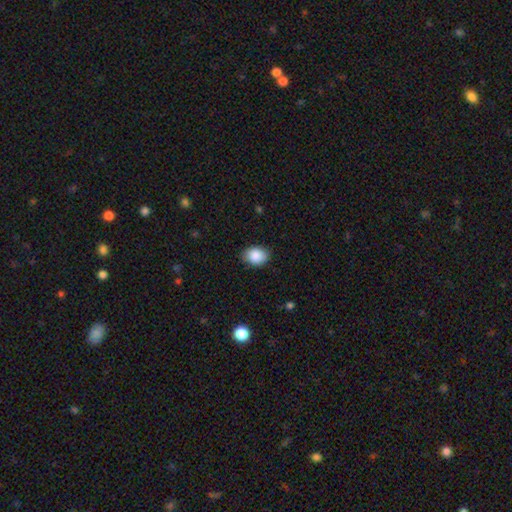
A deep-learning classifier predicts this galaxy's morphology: Smooth or featured? smooth (88%)
How rounded? in between (70%)
Merging? none (83%)